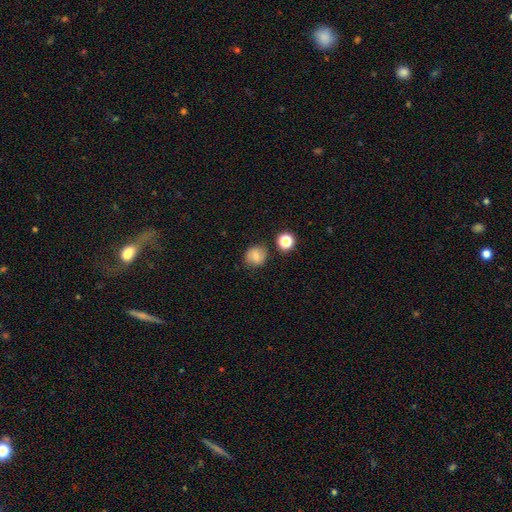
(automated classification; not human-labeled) Morphology: type=smooth (75%); roundness=round (84%); merging=none (82%).